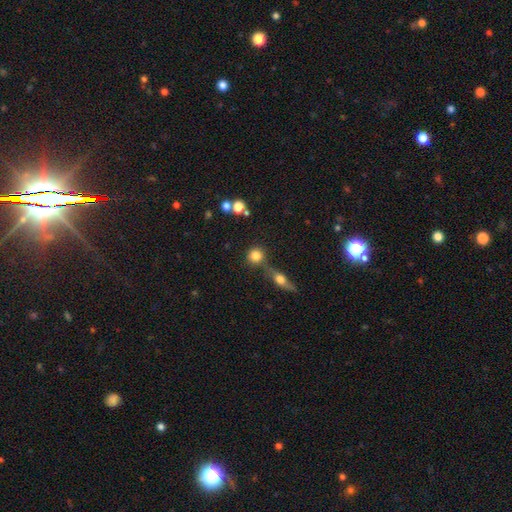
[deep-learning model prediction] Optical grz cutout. It shows a smooth galaxy with no disk features (79%) that is round (91%). Merging: none (68%).